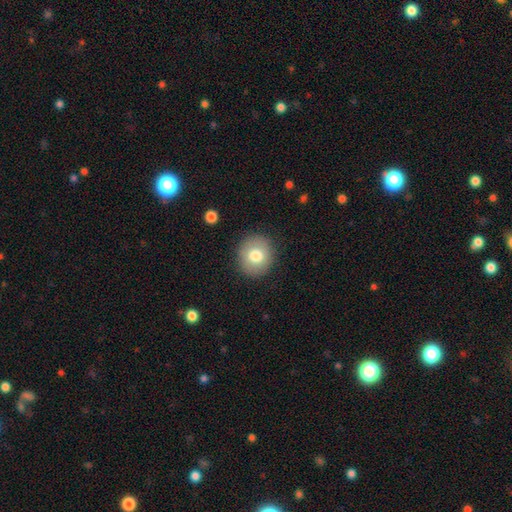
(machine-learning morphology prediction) Q: Smooth or featured?
A: smooth (76%); runner-up: featured or disk (15%)
Q: How rounded?
A: round (85%); runner-up: in between (14%)
Q: Merging?
A: none (88%); runner-up: minor disturbance (8%)